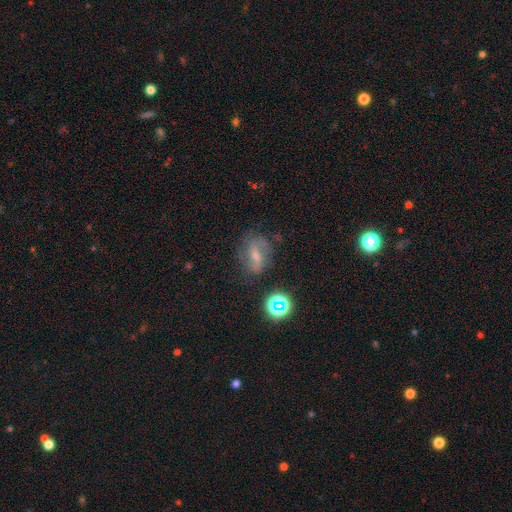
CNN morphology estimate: This is possibly a featured or disk galaxy (58%). It is clearly not viewed edge-on (93%). Bar: marginally weak (42%). Spiral arm pattern: likely yes (78%). Central bulge: possibly small (51%). Merging: likely none (66%).